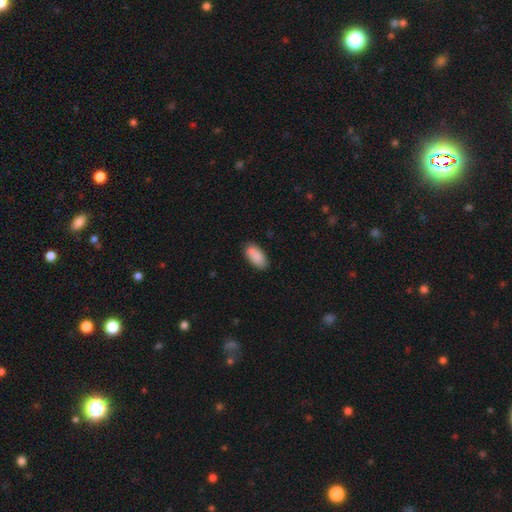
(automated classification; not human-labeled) Morphology: type=smooth (87%); roundness=in between (92%); merging=none (76%).